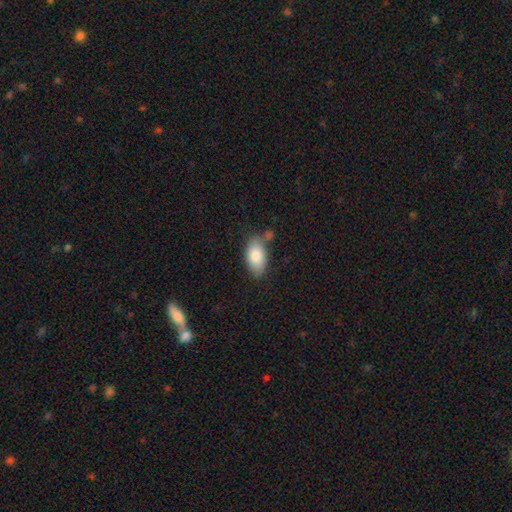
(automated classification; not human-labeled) A smooth galaxy with no disk features (82%) that is in between round and cigar-shaped (93%).

Vote fractions:
- Smooth or featured? smooth: 82% / featured or disk: 11% / star or artifact: 7%
- How rounded? in between: 93% / round: 4% / cigar-shaped: 2%
- Merging? none: 65% / minor disturbance: 19% / merger: 11% / major disturbance: 5%